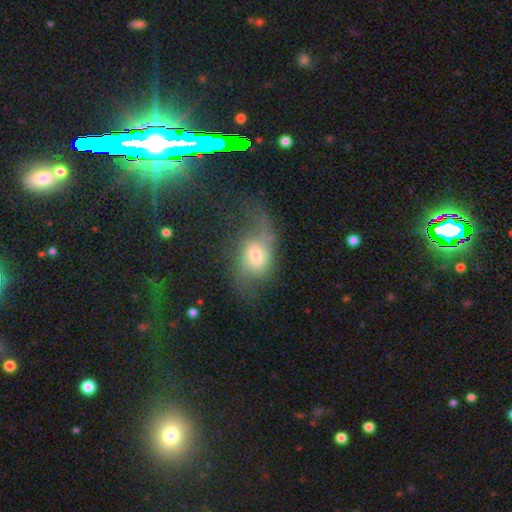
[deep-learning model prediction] Smooth or featured: featured or disk — 62% (smooth — 28%)
Edge-on disk: no — 94% (yes — 6%)
Bar: weak — 52% (no — 31%)
Spiral arms: yes — 82% (no — 18%)
Bulge size: moderate — 48% (small — 33%)
Merging: major disturbance — 40% (none — 36%)